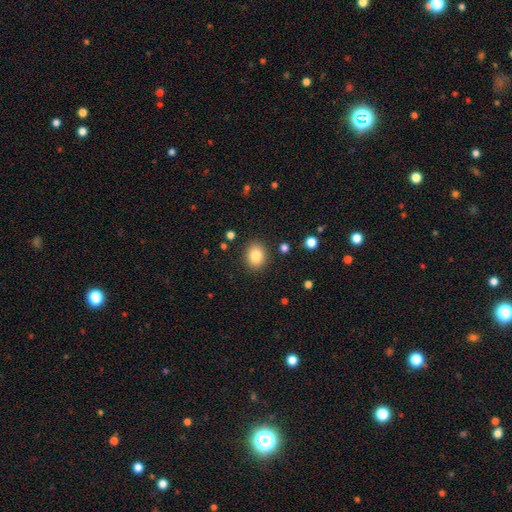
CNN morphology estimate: smooth-or-featured: smooth: 83% | star or artifact: 10% | featured or disk: 7%
  how-rounded: round: 61% | in between: 38% | cigar-shaped: 1%
  merging: none: 88% | minor disturbance: 8% | major disturbance: 2% | merger: 2%